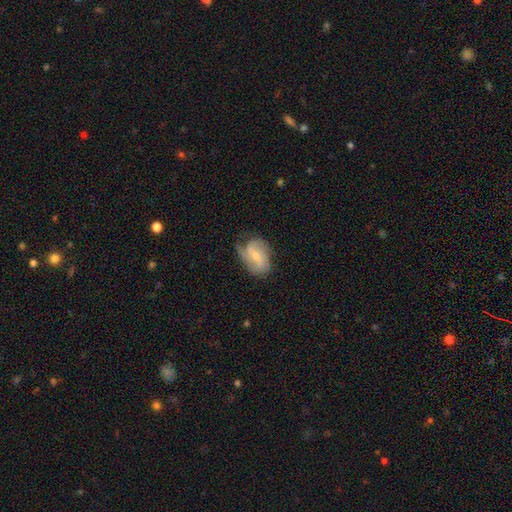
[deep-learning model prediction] The model was most divided on "bar": no: 46%, weak: 43%, strong: 11%. Remaining: edge-on disk — no (97%); spiral arms — yes (90%); smooth or featured — featured or disk (69%); bulge size — small (61%); merging — none (52%); spiral winding — medium (44%); spiral arm count — 2 (35%).